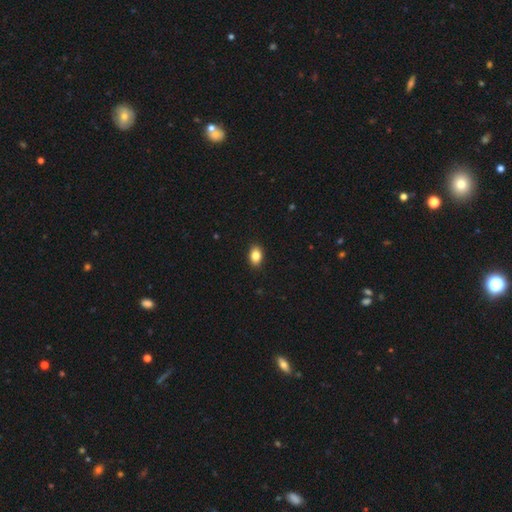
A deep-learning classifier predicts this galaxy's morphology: Smooth or featured?
  - smooth: 85% *
  - star or artifact: 9%
  - featured or disk: 7%
How rounded?
  - in between: 81% *
  - round: 18%
  - cigar-shaped: 1%
Merging?
  - none: 90% *
  - minor disturbance: 7%
  - major disturbance: 2%
  - merger: 1%